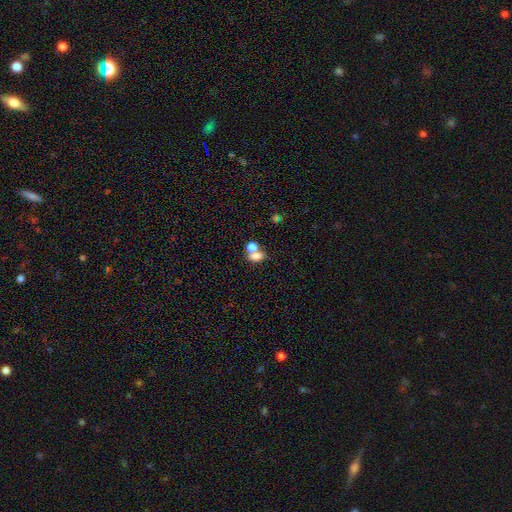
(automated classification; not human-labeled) A smooth galaxy with no disk features (71%) that is in between round and cigar-shaped (68%).

Vote fractions:
- Smooth or featured? smooth: 71% / star or artifact: 17% / featured or disk: 12%
- How rounded? in between: 68% / round: 29% / cigar-shaped: 3%
- Merging? merger: 45% / none: 41% / minor disturbance: 9% / major disturbance: 5%